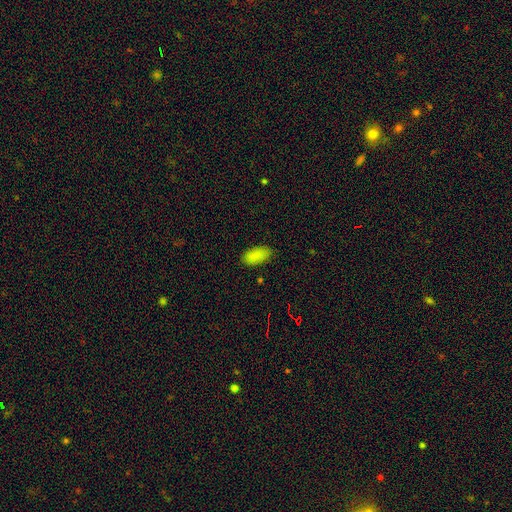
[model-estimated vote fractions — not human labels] Smooth or featured?
  - smooth: 88% *
  - star or artifact: 8%
  - featured or disk: 4%
How rounded?
  - in between: 91% *
  - cigar-shaped: 6%
  - round: 2%
Merging?
  - none: 86% *
  - minor disturbance: 11%
  - major disturbance: 3%
  - merger: 1%